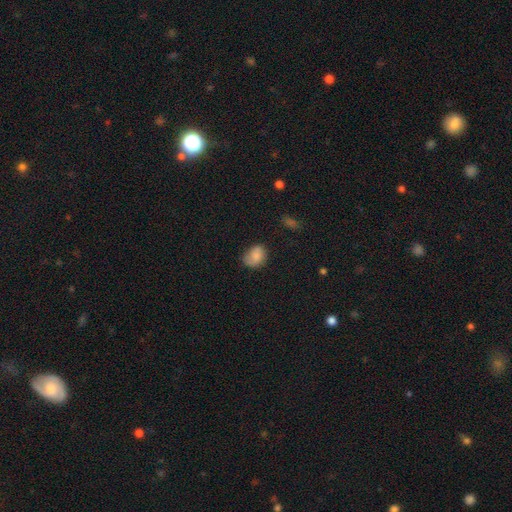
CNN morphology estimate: smooth-or-featured: smooth: 80% | featured or disk: 11% | star or artifact: 9%
  how-rounded: in between: 55% | round: 44% | cigar-shaped: 1%
  merging: none: 59% | minor disturbance: 30% | major disturbance: 9% | merger: 2%